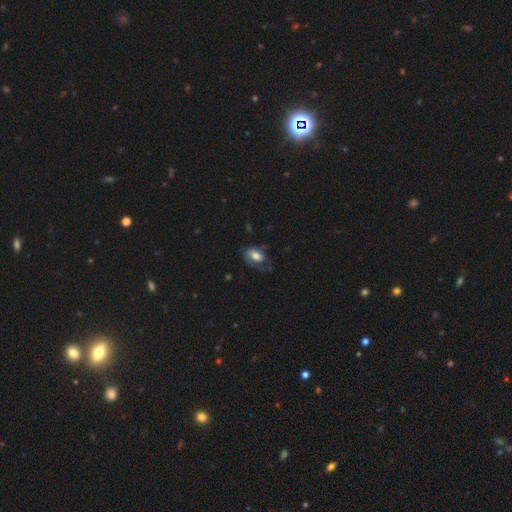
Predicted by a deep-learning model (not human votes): Smooth or featured? Predicted: smooth (p=0.54). How rounded? Predicted: in between (p=0.85). Merging? Predicted: none (p=0.50).